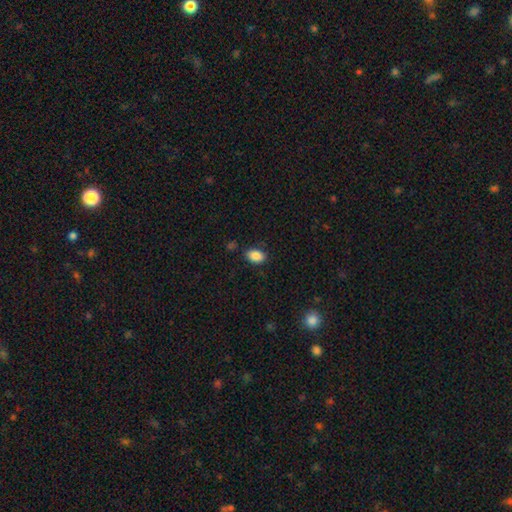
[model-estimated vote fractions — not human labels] Q: Smooth or featured?
A: smooth (87%); runner-up: star or artifact (9%)
Q: How rounded?
A: in between (84%); runner-up: round (15%)
Q: Merging?
A: none (81%); runner-up: minor disturbance (13%)